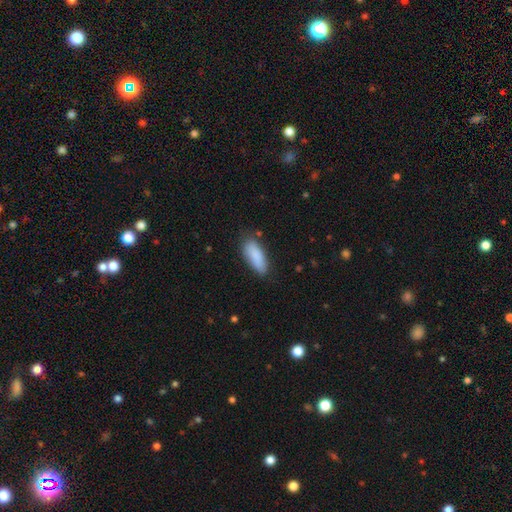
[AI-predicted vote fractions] smooth_or_featured: smooth (p=0.88) [alt: featured or disk p=0.06]
how_rounded: in between (p=0.75) [alt: cigar-shaped p=0.23]
merging: none (p=0.76) [alt: minor disturbance p=0.18]